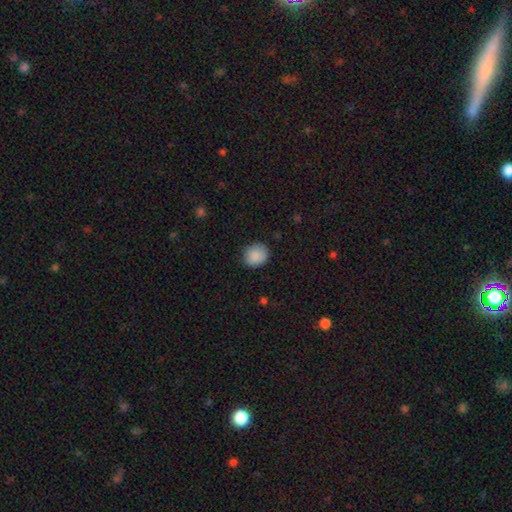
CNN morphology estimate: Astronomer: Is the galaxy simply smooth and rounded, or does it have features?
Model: smooth — 88%.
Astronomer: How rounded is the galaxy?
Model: round — 78%.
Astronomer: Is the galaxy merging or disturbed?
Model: none — 82%.